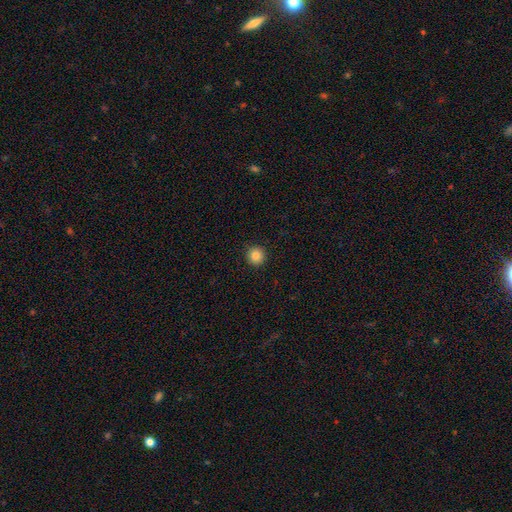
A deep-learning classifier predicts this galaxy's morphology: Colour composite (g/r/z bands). It shows a smooth galaxy with no disk features (85%) that is round (95%). Merging: none (92%).